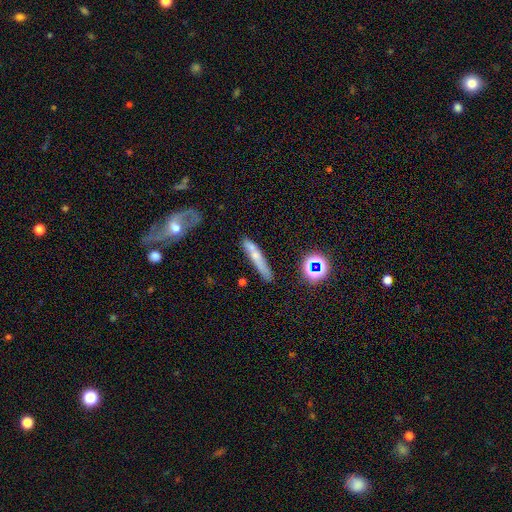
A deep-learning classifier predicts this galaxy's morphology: smooth-or-featured: smooth: 52% | featured or disk: 36% | star or artifact: 12%
  how-rounded: cigar-shaped: 88% | in between: 8% | round: 4%
  merging: none: 66% | minor disturbance: 18% | merger: 10% | major disturbance: 6%